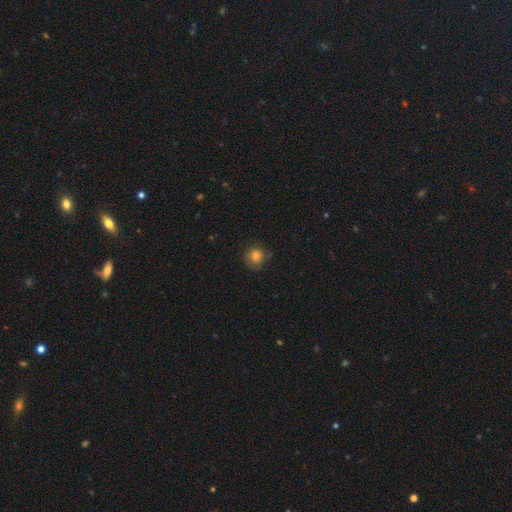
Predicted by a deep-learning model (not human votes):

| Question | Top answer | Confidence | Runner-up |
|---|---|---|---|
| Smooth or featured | smooth | 80% | star or artifact (12%) |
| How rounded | round | 89% | in between (10%) |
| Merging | none | 78% | minor disturbance (16%) |